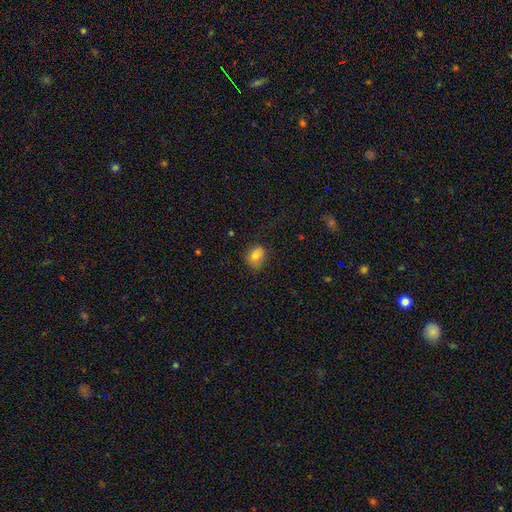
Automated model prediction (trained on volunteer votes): Smooth or featured?
  - smooth: 80% *
  - featured or disk: 10%
  - star or artifact: 10%
How rounded?
  - in between: 51% *
  - round: 48%
  - cigar-shaped: 1%
Merging?
  - none: 77% *
  - minor disturbance: 17%
  - major disturbance: 4%
  - merger: 1%